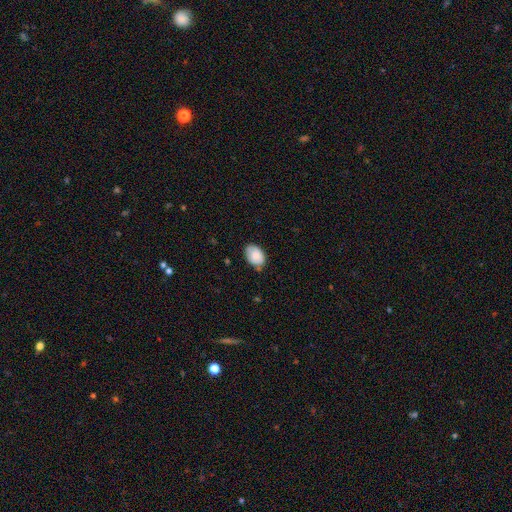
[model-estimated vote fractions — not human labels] The model was most divided on "merging": none: 71%, minor disturbance: 24%, major disturbance: 4%, merger: 2%. More confident: how rounded — in between (85%); smooth or featured — smooth (84%).